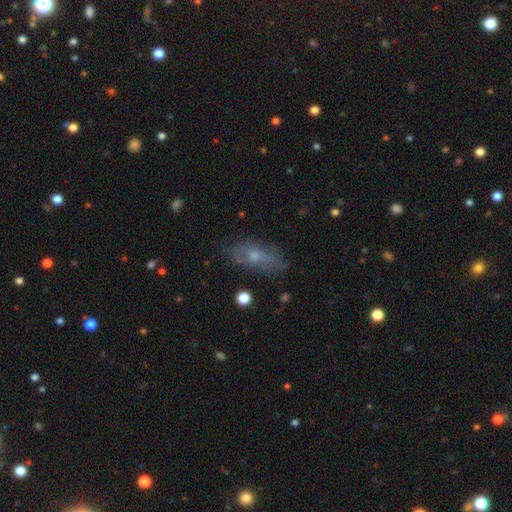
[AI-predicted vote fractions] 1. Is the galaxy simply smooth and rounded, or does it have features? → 51% smooth, 39% featured or disk, 10% star or artifact.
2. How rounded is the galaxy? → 80% in between, 14% cigar-shaped, 6% round.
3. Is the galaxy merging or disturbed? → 65% none, 23% minor disturbance, 10% major disturbance, 2% merger.